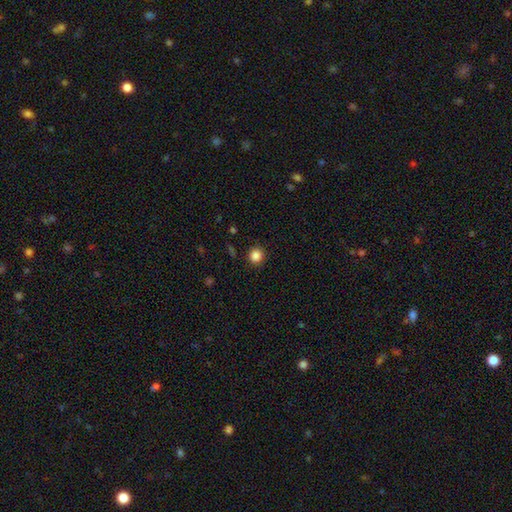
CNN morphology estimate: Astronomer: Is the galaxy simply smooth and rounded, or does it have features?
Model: smooth — 86%.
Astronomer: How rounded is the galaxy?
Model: round — 93%.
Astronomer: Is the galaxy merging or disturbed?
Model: none — 91%.